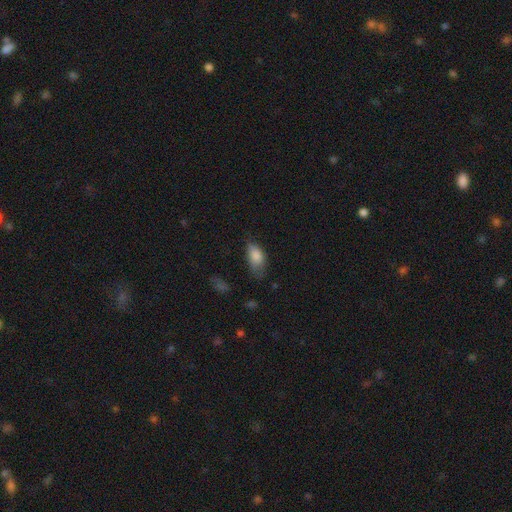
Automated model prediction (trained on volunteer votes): A smooth galaxy with no disk features (84%) that is in between round and cigar-shaped (91%). Merging: none (51%).